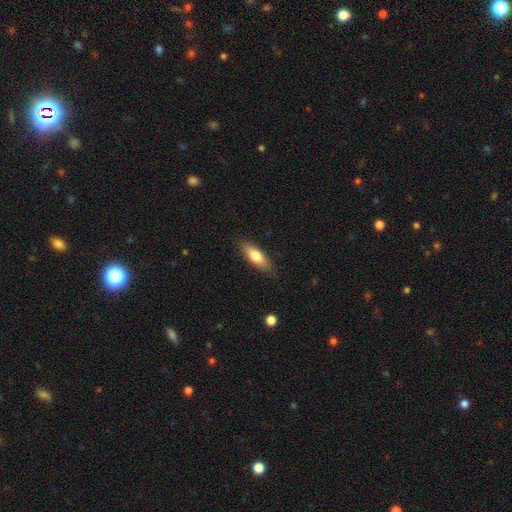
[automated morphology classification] Overall: smooth (76%). How rounded: in between (61%; cigar-shaped 37%). Merging: none (85%).